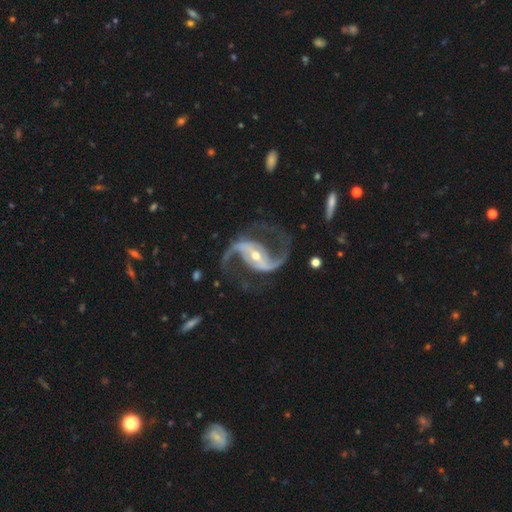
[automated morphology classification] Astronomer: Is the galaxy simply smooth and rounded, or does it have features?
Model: featured or disk — 94%.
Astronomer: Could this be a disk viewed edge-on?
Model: no — 98%.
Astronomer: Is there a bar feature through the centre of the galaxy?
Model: strong — 51% (runner-up: weak, 31%).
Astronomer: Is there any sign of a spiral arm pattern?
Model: yes — 98%.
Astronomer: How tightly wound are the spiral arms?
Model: loose — 47% (runner-up: medium, 45%).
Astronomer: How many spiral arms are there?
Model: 2 — 94%.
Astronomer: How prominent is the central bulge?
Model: moderate — 49% (runner-up: small, 47%).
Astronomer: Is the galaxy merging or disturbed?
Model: none — 77%.